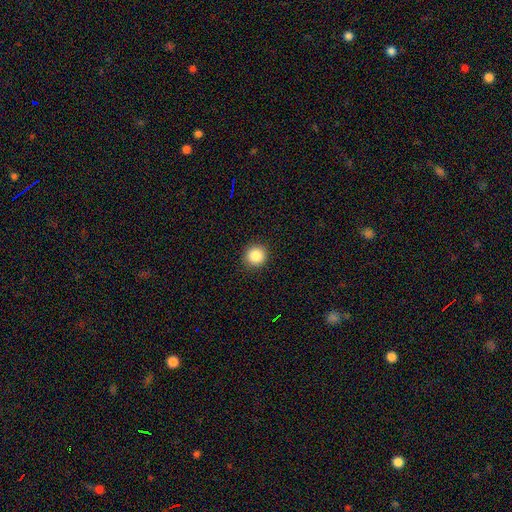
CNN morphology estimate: The model was most divided on "smooth or featured": smooth: 86%, star or artifact: 10%, featured or disk: 4%. More confident: how rounded — round (92%); merging — none (92%).